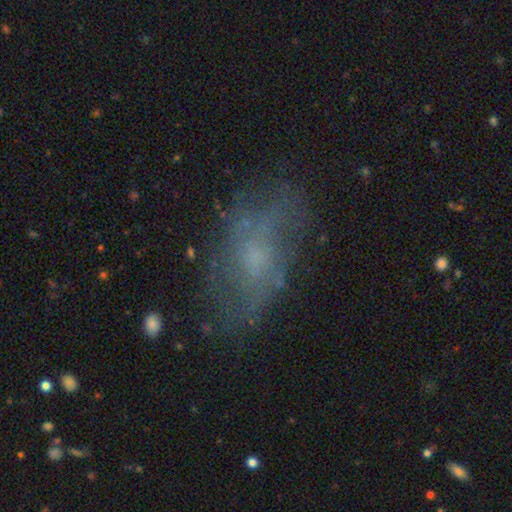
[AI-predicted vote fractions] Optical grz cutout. It shows a featured or disk galaxy (53%). Merging: none (65%).